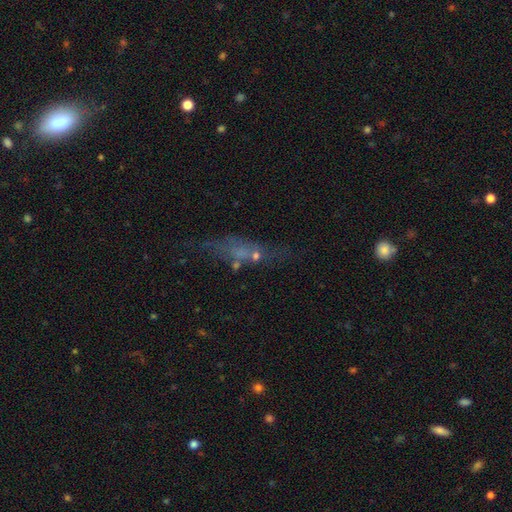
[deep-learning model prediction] This is marginally a smooth galaxy (41%). Merging: possibly none (49%).